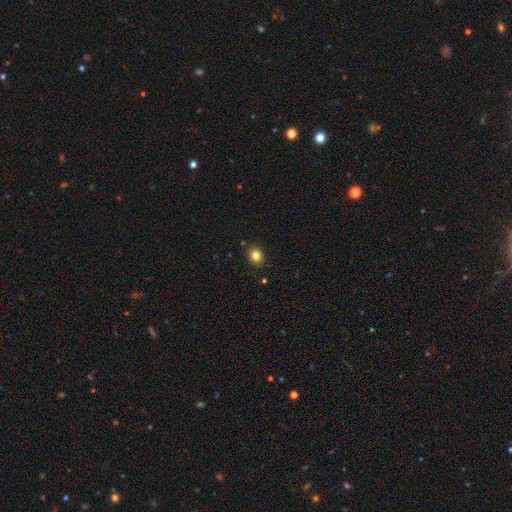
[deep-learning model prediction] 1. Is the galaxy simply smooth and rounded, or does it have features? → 83% smooth, 12% star or artifact, 6% featured or disk.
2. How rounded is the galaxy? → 65% round, 34% in between, 1% cigar-shaped.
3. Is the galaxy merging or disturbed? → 88% none, 8% minor disturbance, 2% major disturbance, 2% merger.